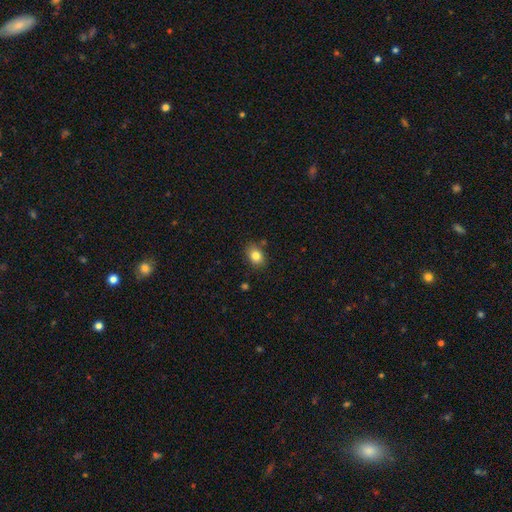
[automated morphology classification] This is clearly a smooth galaxy (82%). How rounded: likely in between (67%). Merging: clearly none (81%).